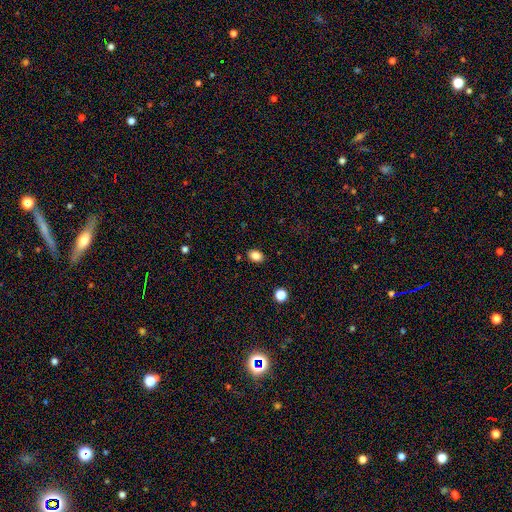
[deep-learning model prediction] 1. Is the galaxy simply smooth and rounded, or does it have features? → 85% smooth, 10% star or artifact, 5% featured or disk.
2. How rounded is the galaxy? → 78% in between, 21% round, 1% cigar-shaped.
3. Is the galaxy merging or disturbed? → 86% none, 10% minor disturbance, 2% major disturbance, 2% merger.